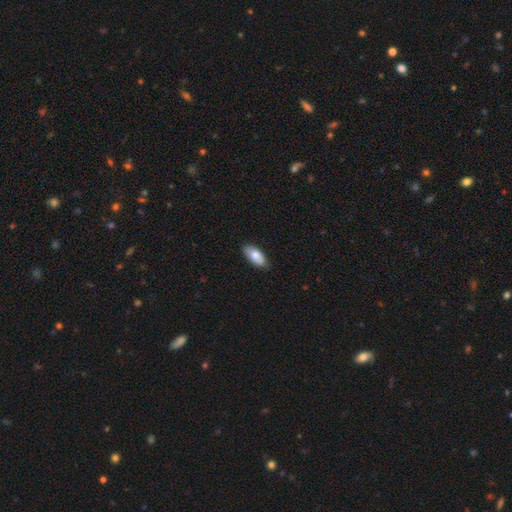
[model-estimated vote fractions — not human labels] Smooth or featured? Predicted: smooth (p=0.80). How rounded? Predicted: in between (p=0.90). Merging? Predicted: none (p=0.85).